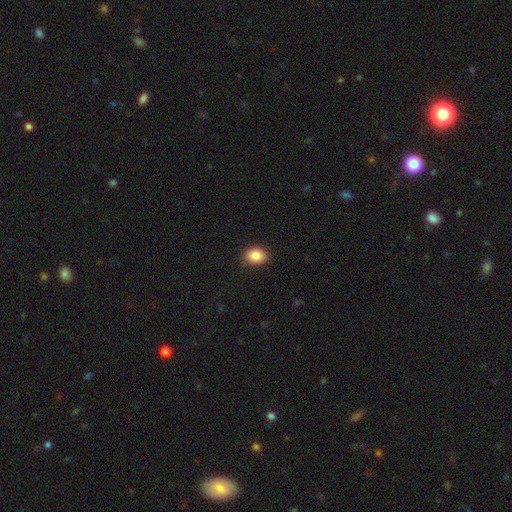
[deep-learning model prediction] A smooth galaxy with no disk features (87%) that is in between round and cigar-shaped (66%).

Vote fractions:
- Smooth or featured? smooth: 87% / star or artifact: 8% / featured or disk: 5%
- How rounded? in between: 66% / round: 33% / cigar-shaped: 1%
- Merging? none: 86% / minor disturbance: 11% / major disturbance: 2% / merger: 1%